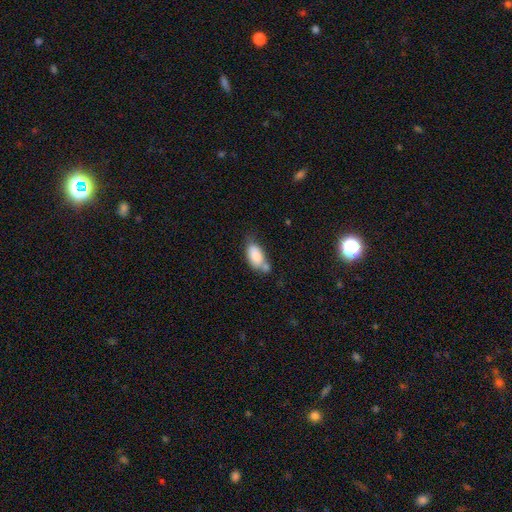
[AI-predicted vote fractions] Morphology: type=smooth (82%); roundness=in between (90%); merging=none (40%).